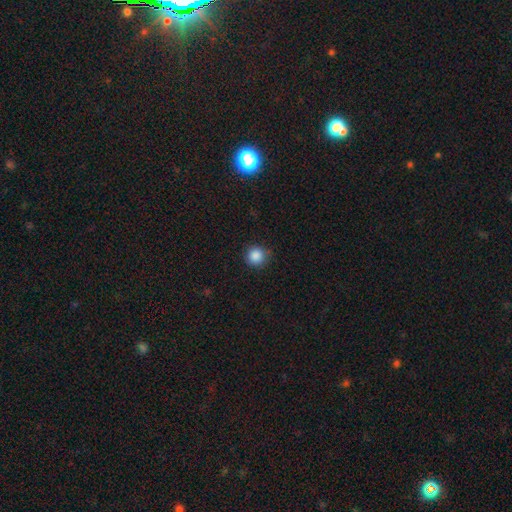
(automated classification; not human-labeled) This appears to be a smooth galaxy with no disk features (87%) that is round (94%). Merging: none (85%).